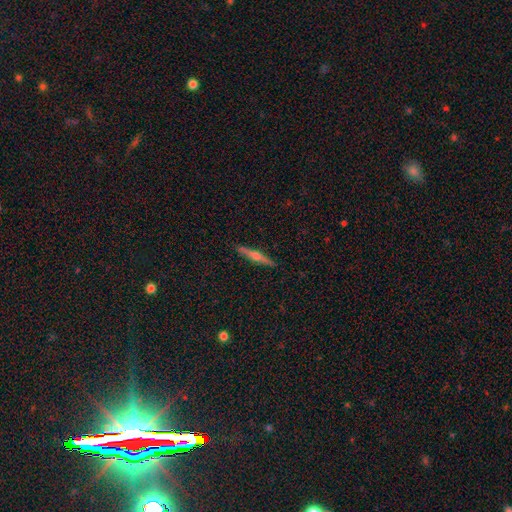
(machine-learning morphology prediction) A featured or disk galaxy (68%) viewed edge-on (98%) with a rounded central bulge (89%). Merging: none (92%).